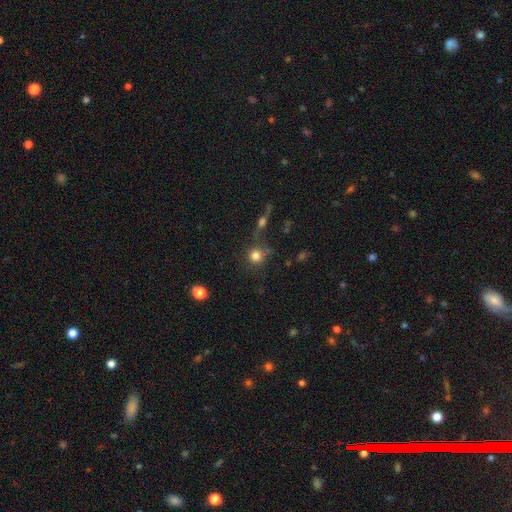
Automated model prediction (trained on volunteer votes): The model was most divided on "merging": none: 68%, merger: 14%, minor disturbance: 12%, major disturbance: 6%. More confident: how rounded — round (91%); smooth or featured — smooth (79%).